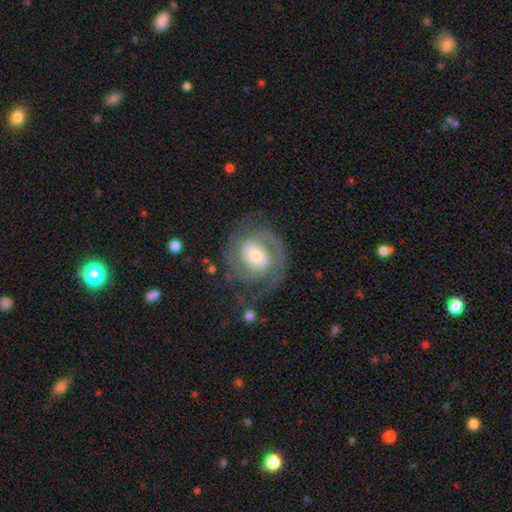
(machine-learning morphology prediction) This appears to be a featured or disk galaxy (87%) with no bar (50%), 2 (72%) tight (61%) spiral arms (96%) and a moderate central bulge (55%). Merging: none (73%).